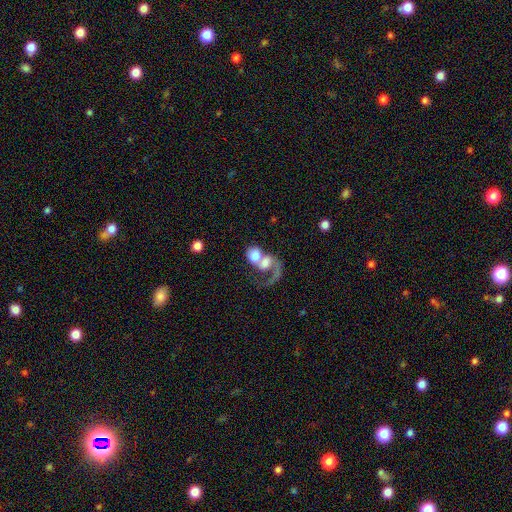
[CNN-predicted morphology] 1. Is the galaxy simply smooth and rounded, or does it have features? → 48% featured or disk, 44% smooth, 8% star or artifact.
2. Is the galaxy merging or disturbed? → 71% merger, 15% major disturbance, 10% none, 5% minor disturbance.